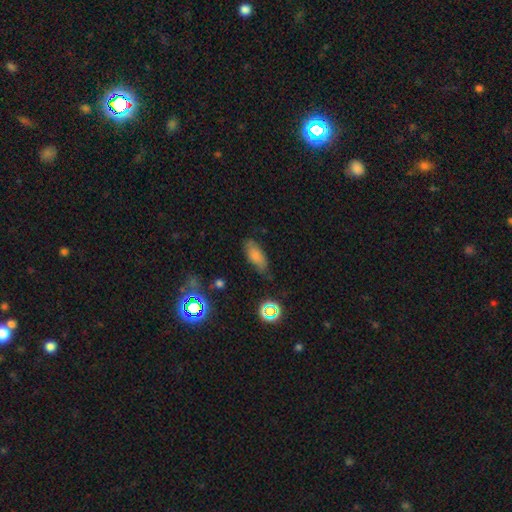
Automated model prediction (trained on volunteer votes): Q: Smooth or featured?
A: smooth (74%); runner-up: featured or disk (15%)
Q: How rounded?
A: in between (83%); runner-up: cigar-shaped (13%)
Q: Merging?
A: none (67%); runner-up: minor disturbance (24%)